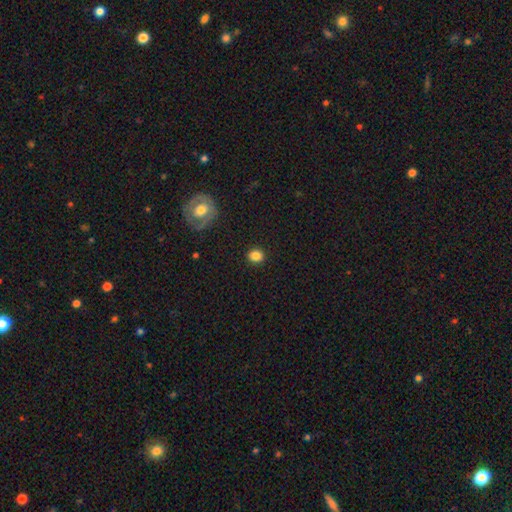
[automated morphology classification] The model was most divided on "how rounded": round: 71%, in between: 28%, cigar-shaped: 1%. More confident: merging — none (91%); smooth or featured — smooth (84%).